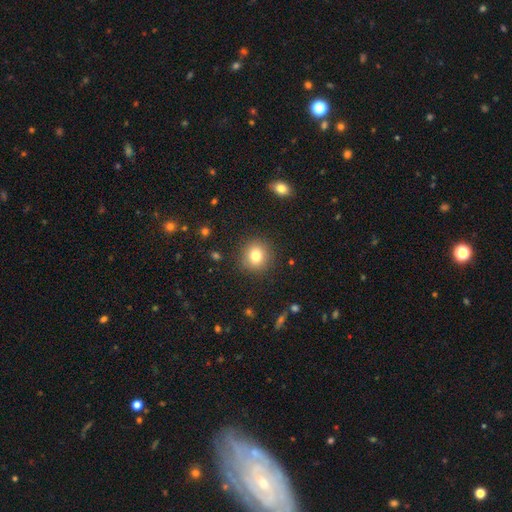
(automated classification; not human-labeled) This is likely a smooth galaxy (79%). How rounded: clearly round (87%). Merging: clearly none (89%).